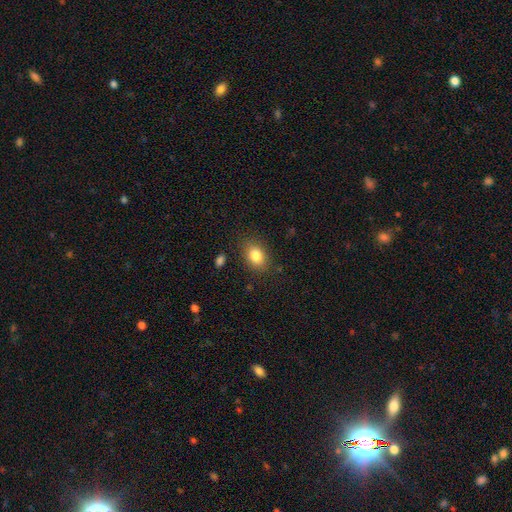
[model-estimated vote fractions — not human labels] smooth-or-featured: smooth: 84% | star or artifact: 9% | featured or disk: 7%
  how-rounded: in between: 75% | round: 24% | cigar-shaped: 1%
  merging: none: 83% | minor disturbance: 11% | major disturbance: 4% | merger: 2%